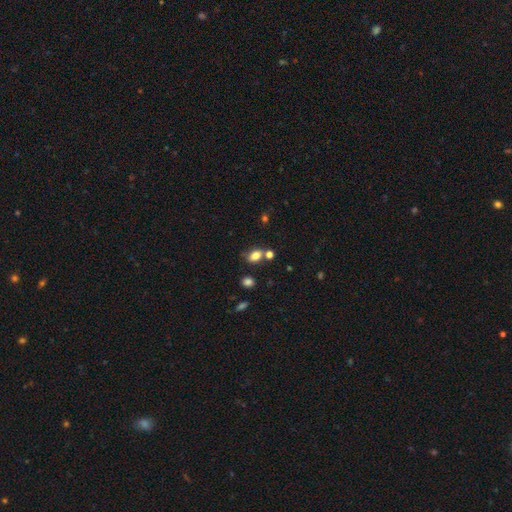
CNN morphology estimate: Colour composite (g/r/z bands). It shows a smooth galaxy with no disk features (78%) that is in between round and cigar-shaped (75%). Merging: none (61%).